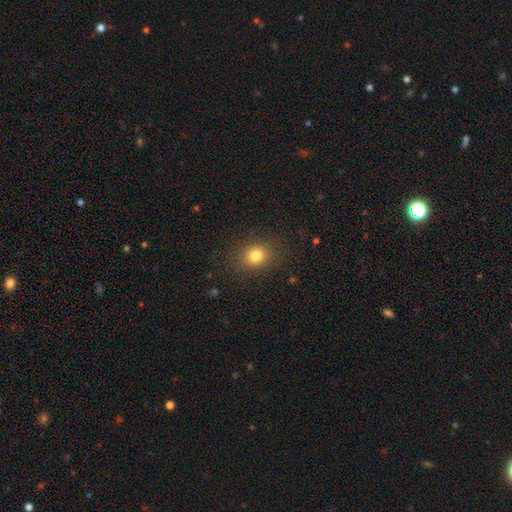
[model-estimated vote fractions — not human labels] A smooth galaxy with no disk features (79%) that is round (71%).

Vote fractions:
- Smooth or featured? smooth: 79% / star or artifact: 14% / featured or disk: 7%
- How rounded? round: 71% / in between: 28% / cigar-shaped: 1%
- Merging? none: 87% / minor disturbance: 8% / major disturbance: 4% / merger: 1%